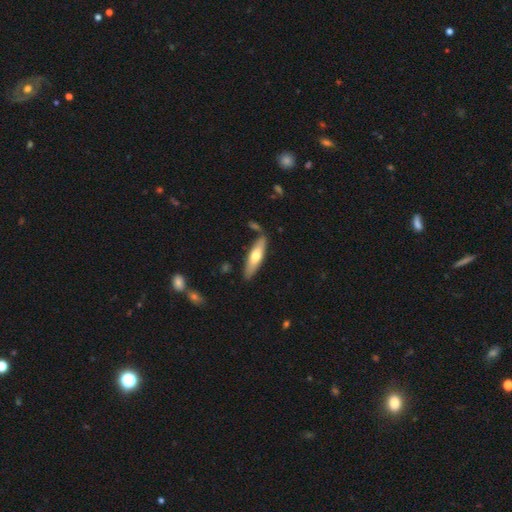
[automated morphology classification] Smooth or featured?
  - smooth: 56% *
  - featured or disk: 39%
  - star or artifact: 5%
How rounded?
  - cigar-shaped: 69% *
  - in between: 29%
  - round: 2%
Merging?
  - none: 80% *
  - minor disturbance: 13%
  - merger: 5%
  - major disturbance: 3%